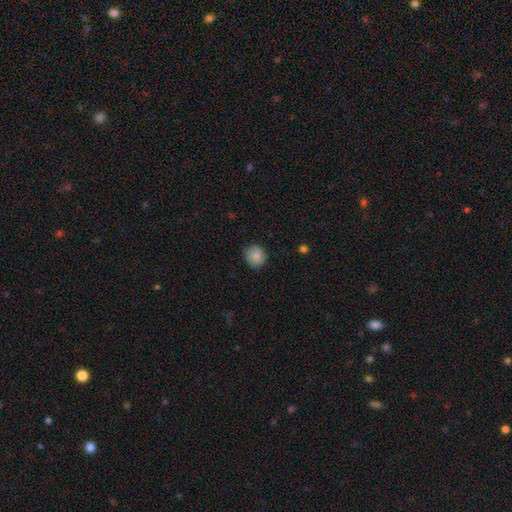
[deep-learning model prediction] Smooth or featured: smooth — 86% (star or artifact — 8%)
How rounded: round — 85% (in between — 14%)
Merging: none — 80% (minor disturbance — 16%)